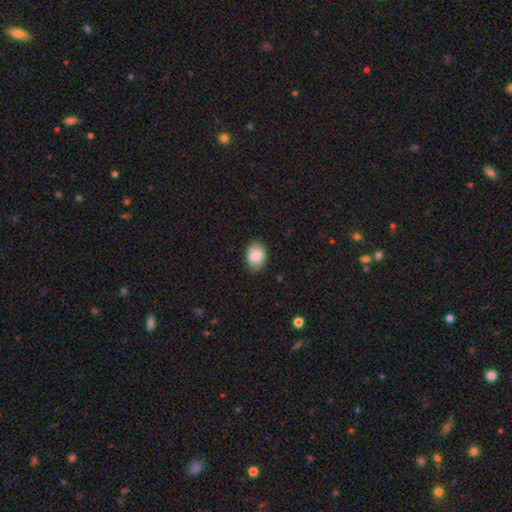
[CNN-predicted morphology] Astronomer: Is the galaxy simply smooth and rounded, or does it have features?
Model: smooth — 86%.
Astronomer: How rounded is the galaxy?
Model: in between — 78%.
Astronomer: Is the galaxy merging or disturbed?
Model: none — 85%.